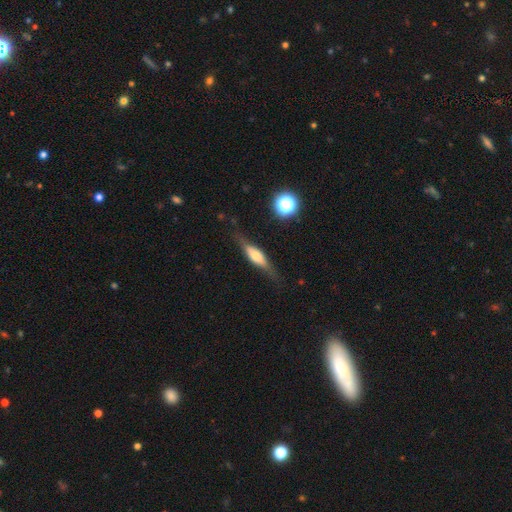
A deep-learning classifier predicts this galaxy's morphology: A featured or disk galaxy (56%) viewed edge-on (89%). Merging: none (77%).